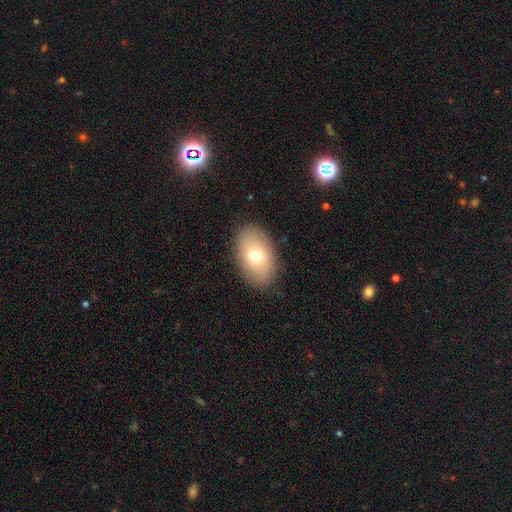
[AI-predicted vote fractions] Q: Smooth or featured?
A: smooth (72%); runner-up: featured or disk (20%)
Q: How rounded?
A: in between (91%); runner-up: round (8%)
Q: Merging?
A: none (88%); runner-up: minor disturbance (8%)